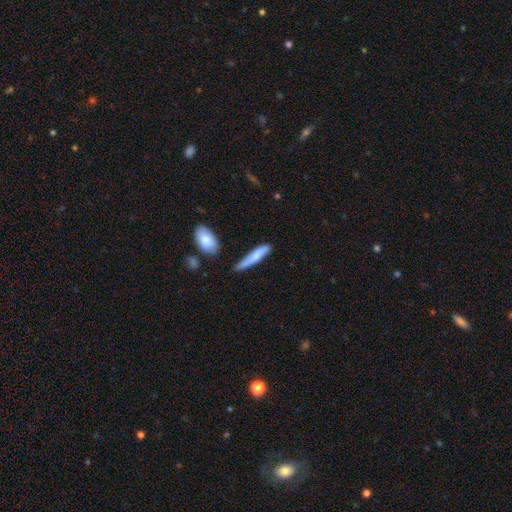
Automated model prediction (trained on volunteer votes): This is likely a smooth galaxy (70%). How rounded: clearly cigar-shaped (81%). Merging: possibly none (59%).